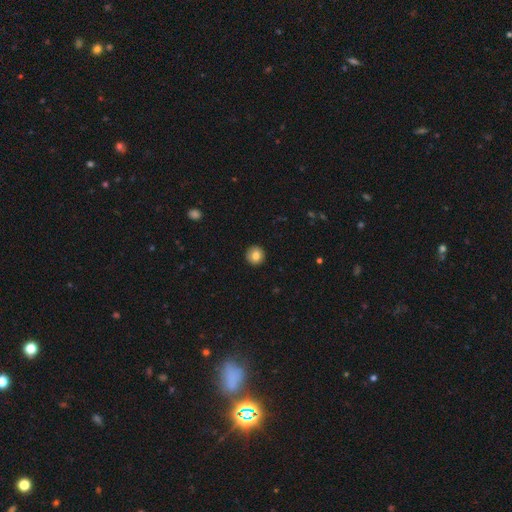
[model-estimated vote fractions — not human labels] A smooth galaxy with no disk features (82%) that is round (95%). Merging: none (93%).